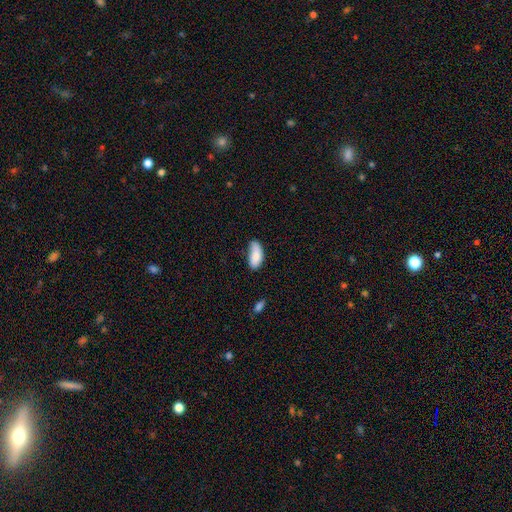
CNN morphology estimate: Smooth or featured? smooth (84%)
How rounded? in between (88%)
Merging? none (48%)